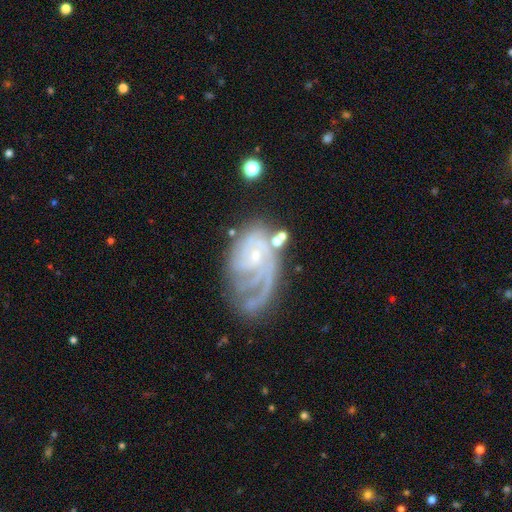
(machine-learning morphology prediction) Q: Smooth or featured?
A: featured or disk (85%); runner-up: smooth (8%)
Q: Edge-on disk?
A: no (97%); runner-up: yes (3%)
Q: Bar?
A: no (64%); runner-up: weak (30%)
Q: Spiral arms?
A: yes (95%); runner-up: no (5%)
Q: Spiral winding?
A: tight (53%); runner-up: medium (35%)
Q: Spiral arm count?
A: can't tell (27%); runner-up: 3 (23%)
Q: Bulge size?
A: small (76%); runner-up: moderate (15%)
Q: Merging?
A: none (48%); runner-up: major disturbance (23%)